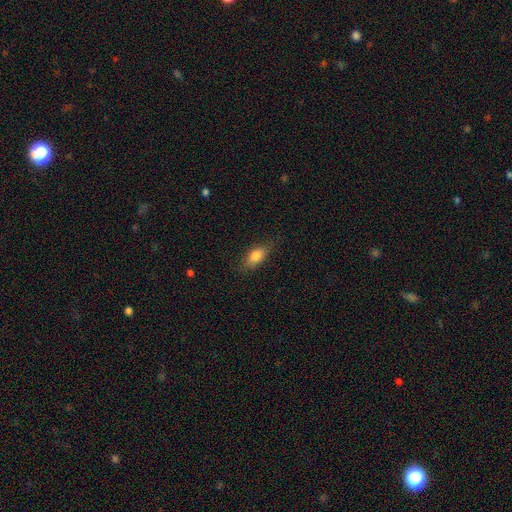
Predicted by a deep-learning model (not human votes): Q: Smooth or featured?
A: smooth (81%); runner-up: featured or disk (12%)
Q: How rounded?
A: in between (83%); runner-up: cigar-shaped (11%)
Q: Merging?
A: none (77%); runner-up: minor disturbance (18%)